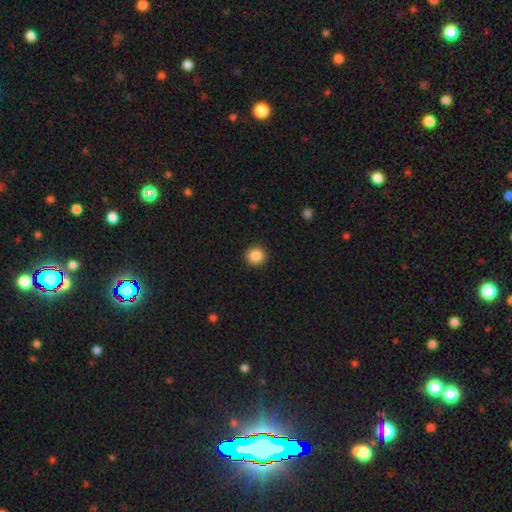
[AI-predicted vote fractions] smooth 86%, star or artifact 10%, featured or disk 4%. Down the decision tree: how rounded — round (95%); merging — none (93%).